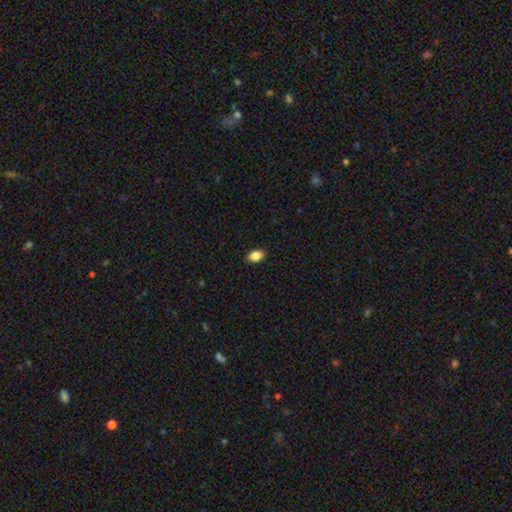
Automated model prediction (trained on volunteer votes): Q: Smooth or featured?
A: smooth (87%); runner-up: star or artifact (9%)
Q: How rounded?
A: in between (84%); runner-up: round (15%)
Q: Merging?
A: none (90%); runner-up: minor disturbance (7%)